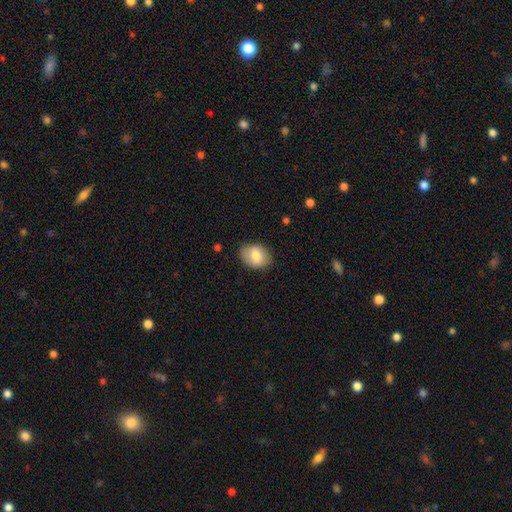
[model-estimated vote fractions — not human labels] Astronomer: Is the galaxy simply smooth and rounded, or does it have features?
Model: smooth — 75%.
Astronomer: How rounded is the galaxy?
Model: in between — 67%.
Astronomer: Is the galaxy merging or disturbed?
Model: none — 83%.